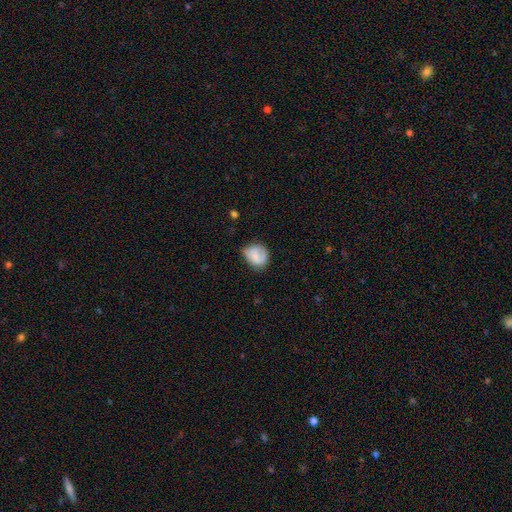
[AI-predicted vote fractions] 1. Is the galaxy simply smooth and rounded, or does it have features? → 69% smooth, 24% featured or disk, 8% star or artifact.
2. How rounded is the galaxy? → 66% round, 33% in between, 1% cigar-shaped.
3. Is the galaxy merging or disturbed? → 60% none, 28% minor disturbance, 10% major disturbance, 2% merger.